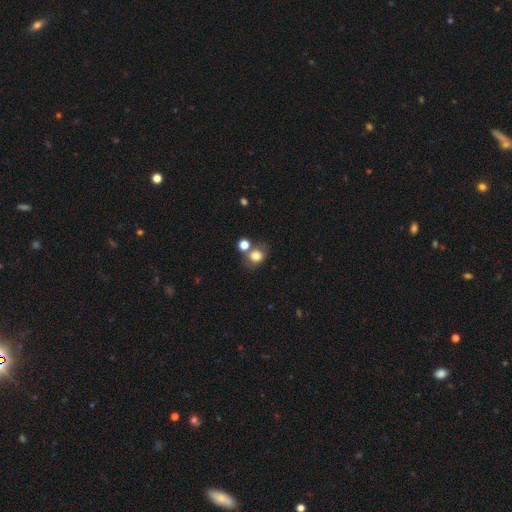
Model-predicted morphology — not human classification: This is likely a smooth galaxy (78%). How rounded: likely round (70%). Merging: possibly none (55%).